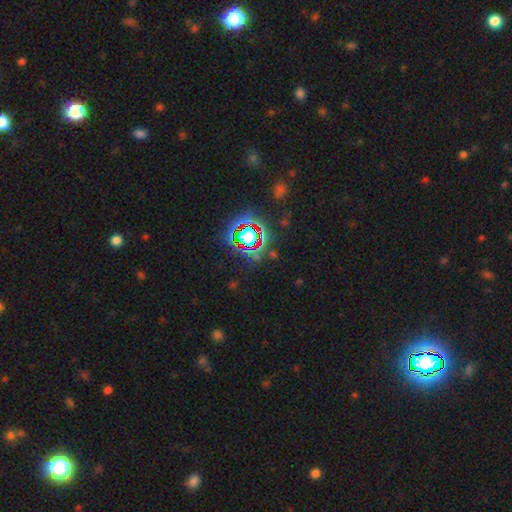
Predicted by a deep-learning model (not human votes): This is likely a star or artifact rather than a galaxy (76%).